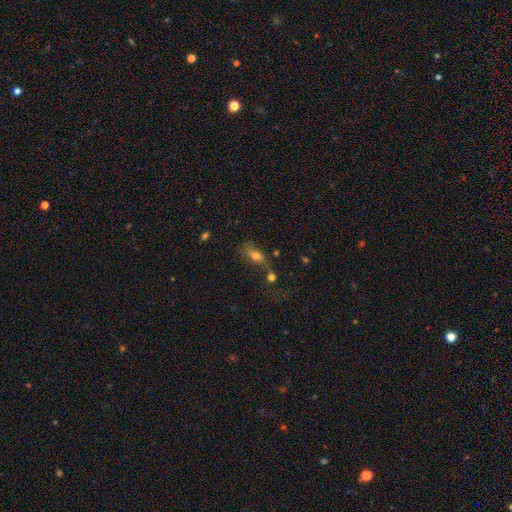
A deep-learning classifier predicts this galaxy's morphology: This appears to be a smooth galaxy with no disk features (68%) that is in between round and cigar-shaped (75%). Merging: none (37%).